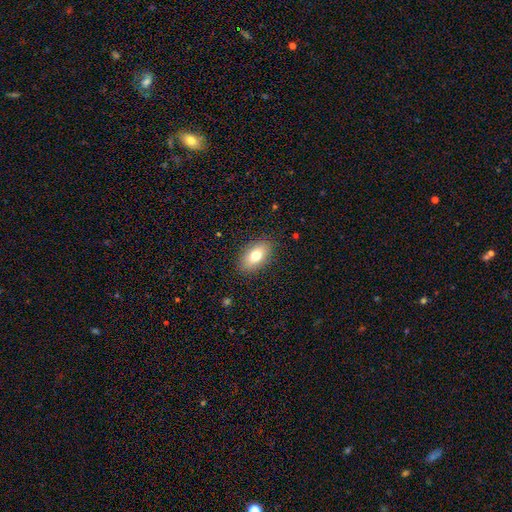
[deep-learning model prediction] The model was most divided on "smooth or featured": smooth: 76%, featured or disk: 16%, star or artifact: 8%. More confident: how rounded — in between (90%); merging — none (87%).